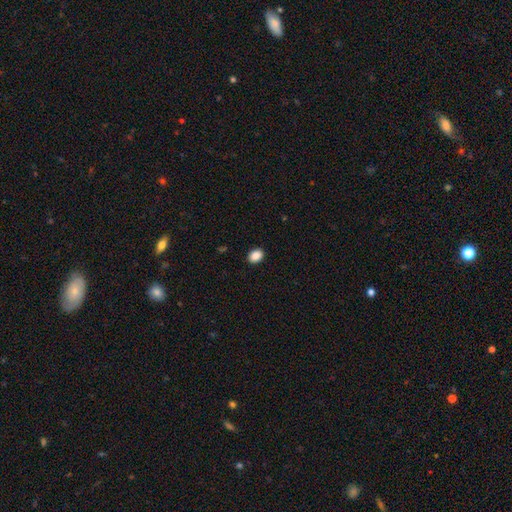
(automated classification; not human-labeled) Smooth or featured? smooth (89%)
How rounded? in between (63%)
Merging? none (91%)